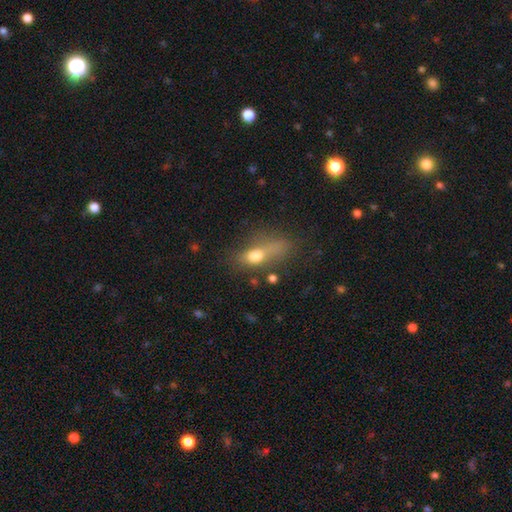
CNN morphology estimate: The model was most divided on "merging": major disturbance: 35%, none: 31%, minor disturbance: 24%, merger: 10%. More confident: how rounded — in between (70%); smooth or featured — smooth (69%).